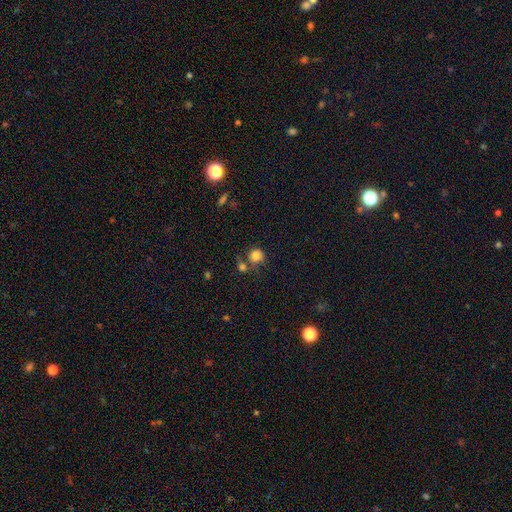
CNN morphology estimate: This is clearly a smooth galaxy (81%). How rounded: clearly round (87%). Merging: possibly none (55%).